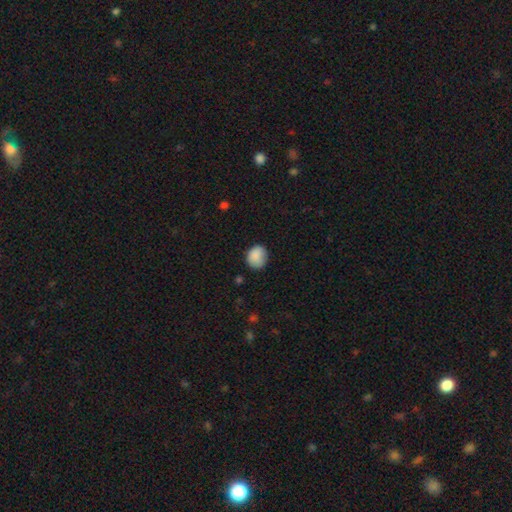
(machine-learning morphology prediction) A smooth galaxy with no disk features (87%) that is round (65%). Merging: none (71%).